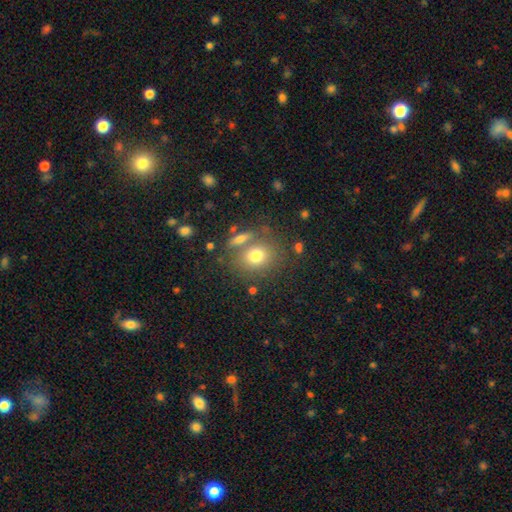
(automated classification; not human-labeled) Smooth or featured? smooth (75%)
How rounded? round (70%)
Merging? none (65%)